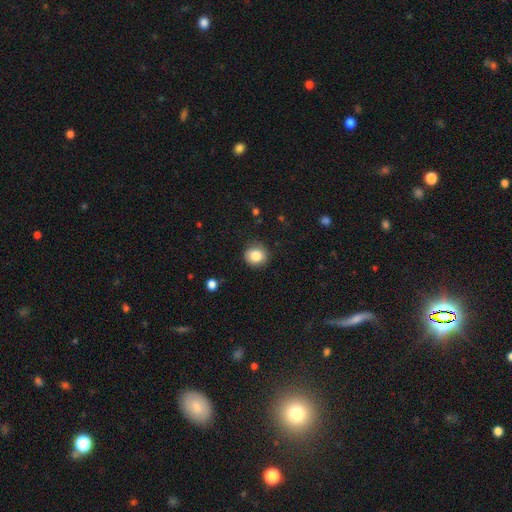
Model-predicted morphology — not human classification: type=smooth (84%); roundness=round (89%); merging=none (87%).